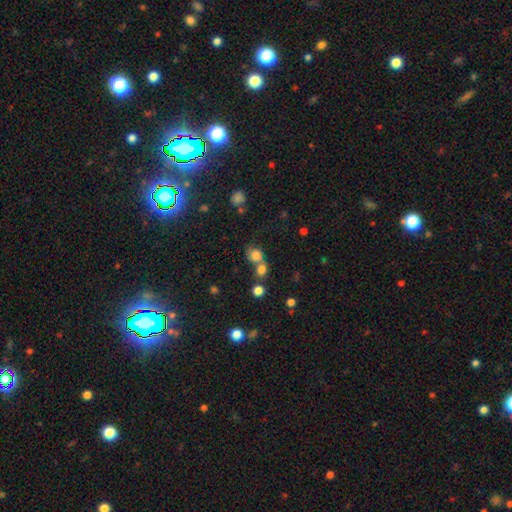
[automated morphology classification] A smooth galaxy with no disk features (76%) that is round (79%). Merging: merger (48%).